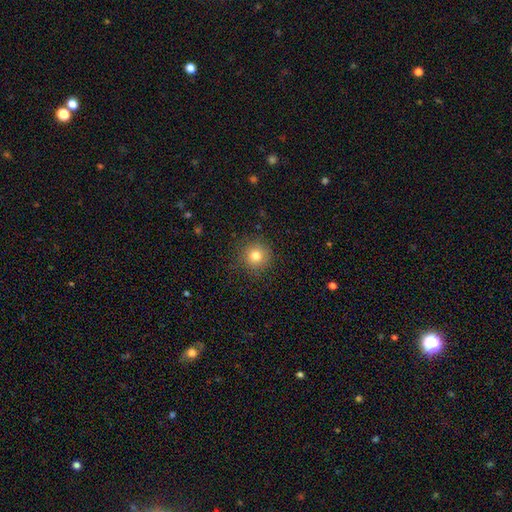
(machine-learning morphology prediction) type=smooth (80%); roundness=round (94%); merging=none (88%).